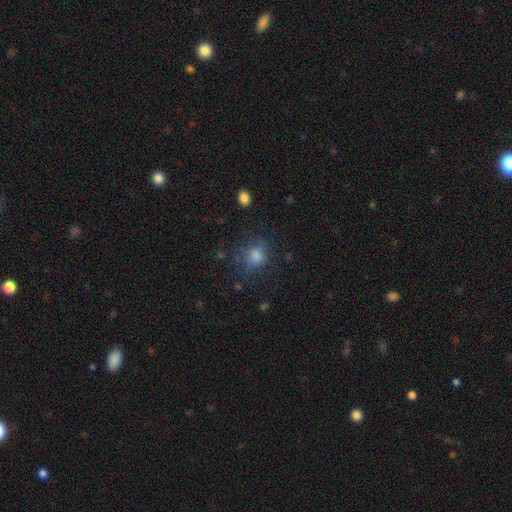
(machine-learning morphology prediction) smooth-or-featured: smooth: 72% | star or artifact: 16% | featured or disk: 13%
  how-rounded: round: 65% | in between: 34% | cigar-shaped: 1%
  merging: none: 66% | minor disturbance: 20% | major disturbance: 12% | merger: 2%